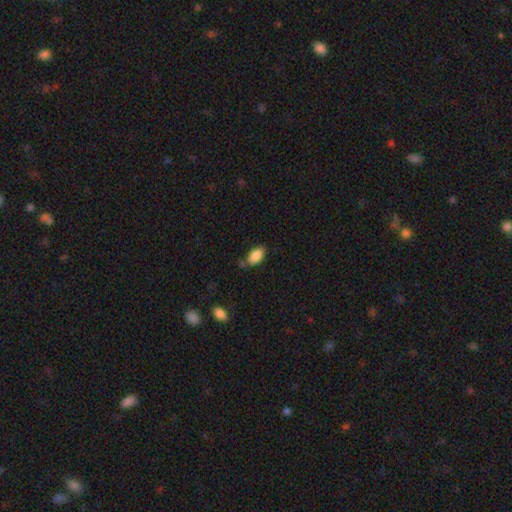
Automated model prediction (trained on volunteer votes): Smooth or featured? Predicted: smooth (p=0.87). How rounded? Predicted: in between (p=0.92). Merging? Predicted: none (p=0.71).